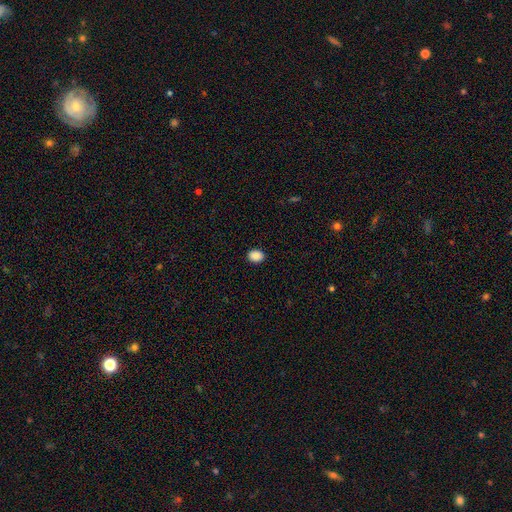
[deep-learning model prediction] smooth_or_featured: smooth (p=0.89) [alt: star or artifact p=0.08]
how_rounded: in between (p=0.57) [alt: round p=0.42]
merging: none (p=0.91) [alt: minor disturbance p=0.07]